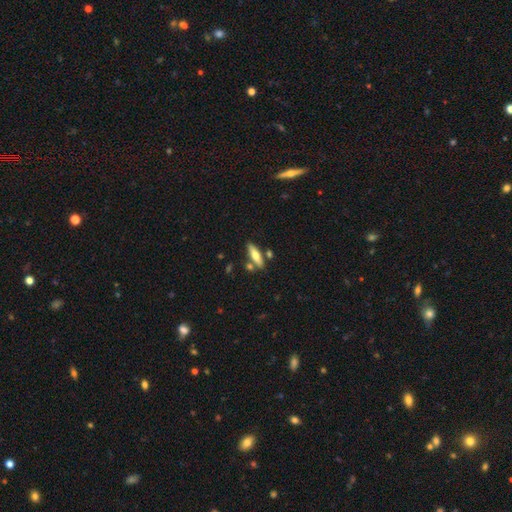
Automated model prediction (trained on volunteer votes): Morphology: type=smooth (64%); roundness=cigar-shaped (62%); merging=none (74%).